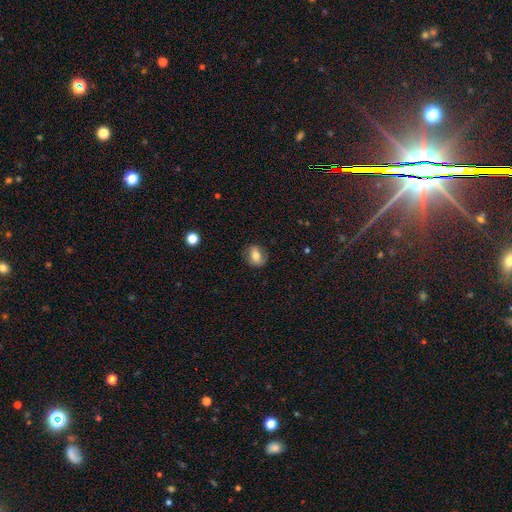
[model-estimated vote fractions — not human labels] smooth-or-featured: smooth: 65% | featured or disk: 26% | star or artifact: 9%
  how-rounded: in between: 56% | round: 42% | cigar-shaped: 2%
  merging: none: 78% | minor disturbance: 16% | major disturbance: 5% | merger: 1%